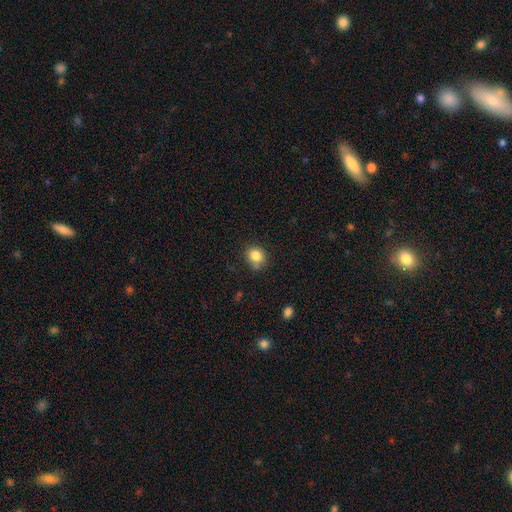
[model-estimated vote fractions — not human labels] Smooth or featured?
  - smooth: 83% *
  - star or artifact: 11%
  - featured or disk: 6%
How rounded?
  - round: 71% *
  - in between: 28%
  - cigar-shaped: 1%
Merging?
  - none: 70% *
  - minor disturbance: 21%
  - major disturbance: 5%
  - merger: 4%